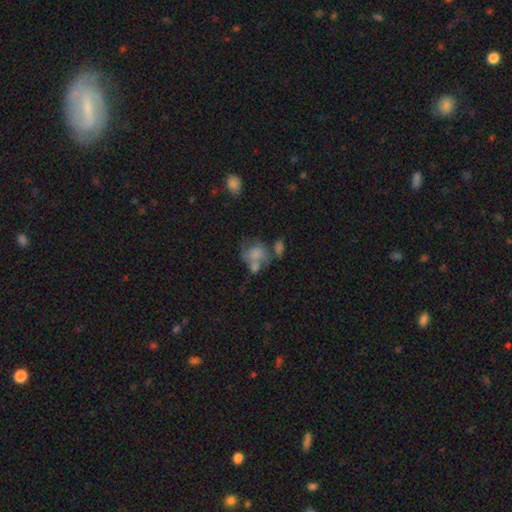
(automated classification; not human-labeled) Smooth or featured? smooth (61%)
How rounded? round (51%)
Merging? merger (38%)